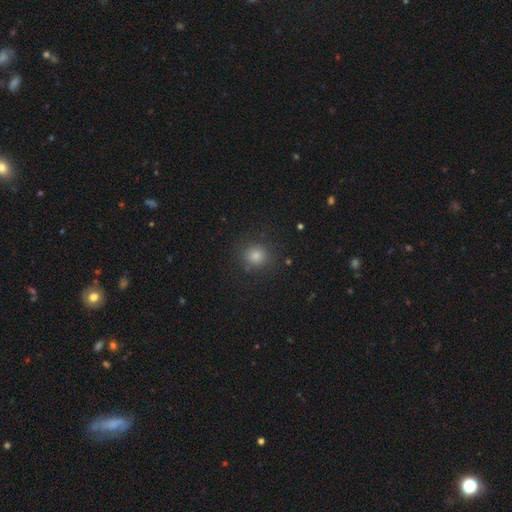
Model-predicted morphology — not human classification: Smooth or featured? Predicted: smooth (p=0.77). How rounded? Predicted: round (p=0.87). Merging? Predicted: none (p=0.86).